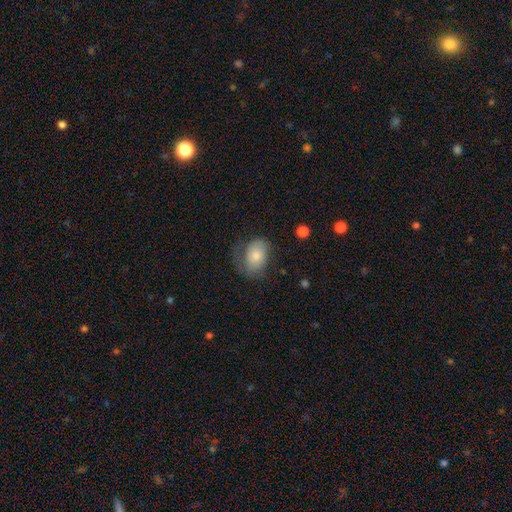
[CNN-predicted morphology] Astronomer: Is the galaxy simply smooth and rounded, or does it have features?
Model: smooth — 69%.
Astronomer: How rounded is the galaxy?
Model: in between — 72%.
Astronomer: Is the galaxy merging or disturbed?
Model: none — 46% (runner-up: minor disturbance, 30%).